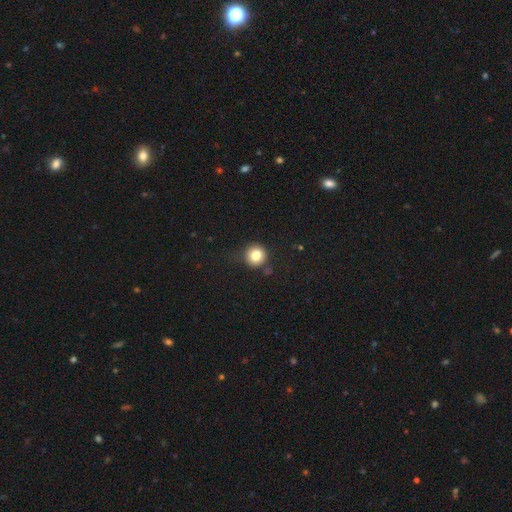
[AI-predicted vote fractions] Smooth or featured? smooth (80%)
How rounded? round (93%)
Merging? none (79%)